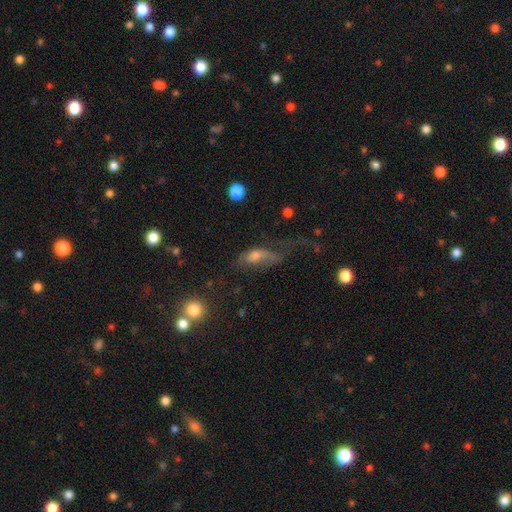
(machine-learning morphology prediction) Smooth or featured? smooth (50%)
How rounded? in between (67%)
Merging? major disturbance (50%)